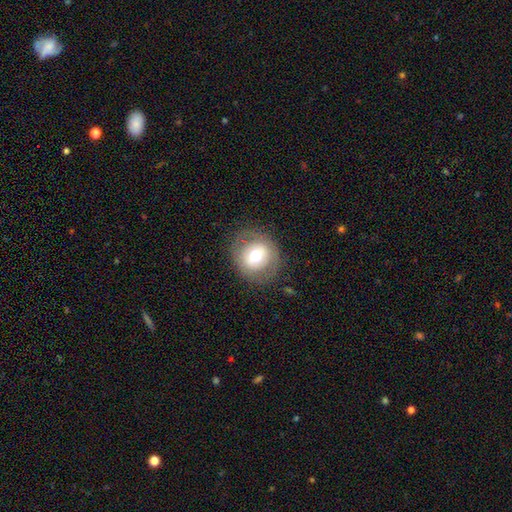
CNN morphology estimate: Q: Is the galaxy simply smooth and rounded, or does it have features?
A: smooth — 58%.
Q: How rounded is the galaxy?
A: round — 85%.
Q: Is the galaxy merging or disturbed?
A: none — 81%.